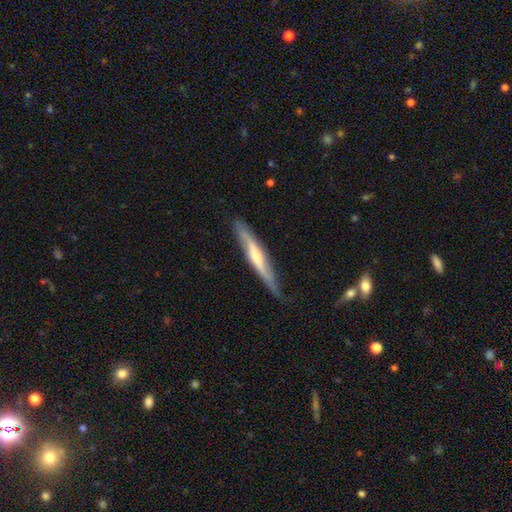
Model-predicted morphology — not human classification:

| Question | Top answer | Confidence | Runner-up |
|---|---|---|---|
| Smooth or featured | featured or disk | 58% | smooth (37%) |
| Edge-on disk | yes | 80% | no (20%) |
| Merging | none | 73% | minor disturbance (22%) |